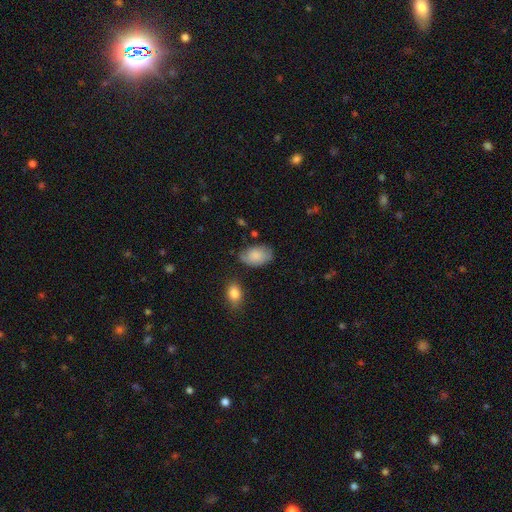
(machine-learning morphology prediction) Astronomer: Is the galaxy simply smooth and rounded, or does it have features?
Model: smooth — 80%.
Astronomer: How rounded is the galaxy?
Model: in between — 91%.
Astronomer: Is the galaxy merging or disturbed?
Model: none — 68%.